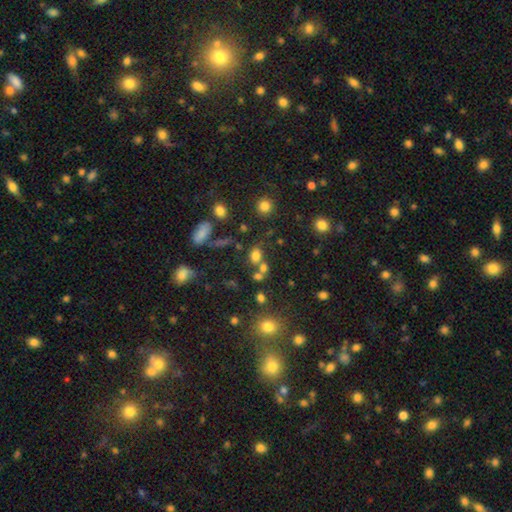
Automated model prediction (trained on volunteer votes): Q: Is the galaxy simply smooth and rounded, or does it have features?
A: smooth — 70%.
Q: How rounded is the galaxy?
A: in between — 55%.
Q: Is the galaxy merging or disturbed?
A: none — 51%.